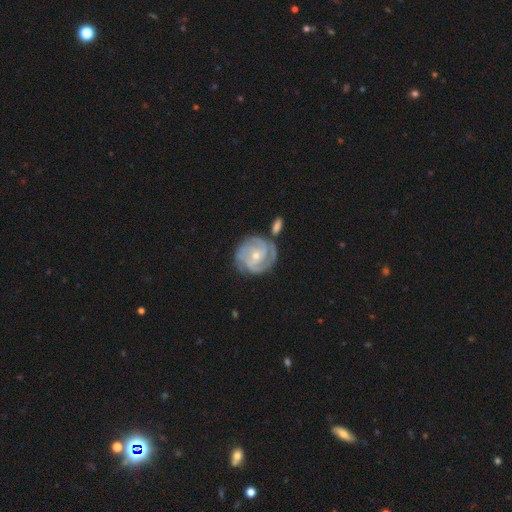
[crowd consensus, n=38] featured or disk 95%, smooth 3%, star or artifact 3%. Down the decision tree: edge-on disk — no (92%); bar — no (58%); spiral arms — yes (94%); spiral arm count — 3 (55%); spiral winding — tight (77%); bulge size — small (76%); merging — none (73%).